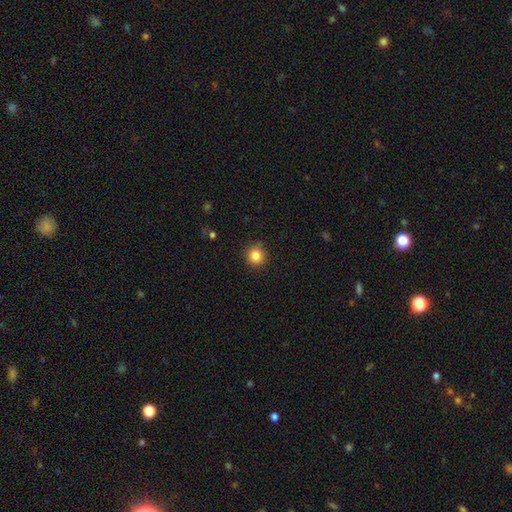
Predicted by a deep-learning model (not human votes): smooth_or_featured: smooth (p=0.85) [alt: star or artifact p=0.10]
how_rounded: round (p=0.93) [alt: in between p=0.06]
merging: none (p=0.90) [alt: minor disturbance p=0.07]